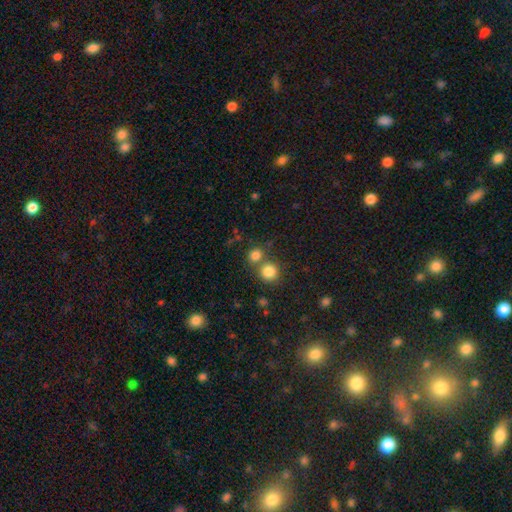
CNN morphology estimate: The model was most divided on "merging": none: 59%, merger: 30%, minor disturbance: 7%, major disturbance: 3%. More confident: how rounded — round (85%); smooth or featured — smooth (81%).